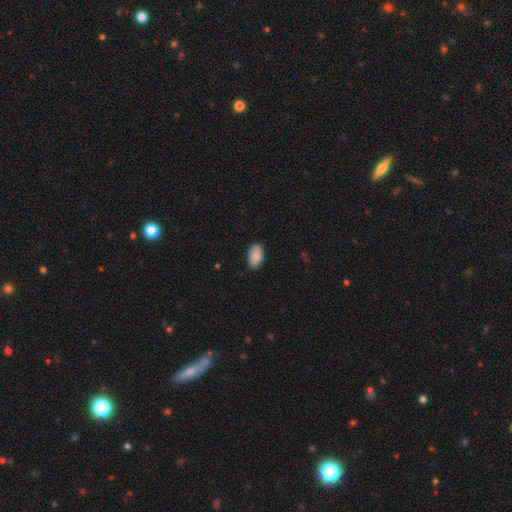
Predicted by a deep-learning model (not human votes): The model was most divided on "merging": none: 82%, minor disturbance: 15%, major disturbance: 2%, merger: 1%. More confident: how rounded — in between (94%); smooth or featured — smooth (89%).